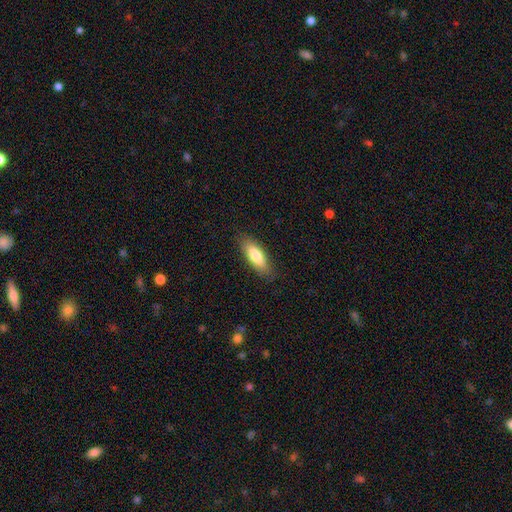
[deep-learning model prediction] Smooth or featured?
  - smooth: 79% *
  - featured or disk: 15%
  - star or artifact: 6%
How rounded?
  - in between: 59% *
  - cigar-shaped: 39%
  - round: 2%
Merging?
  - none: 85% *
  - minor disturbance: 11%
  - major disturbance: 3%
  - merger: 1%